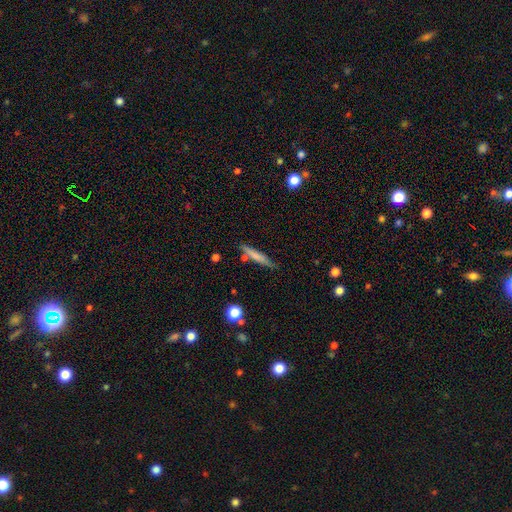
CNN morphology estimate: smooth-or-featured: smooth: 65% | featured or disk: 28% | star or artifact: 7%
  how-rounded: cigar-shaped: 89% | in between: 9% | round: 2%
  merging: none: 73% | minor disturbance: 17% | merger: 7% | major disturbance: 4%